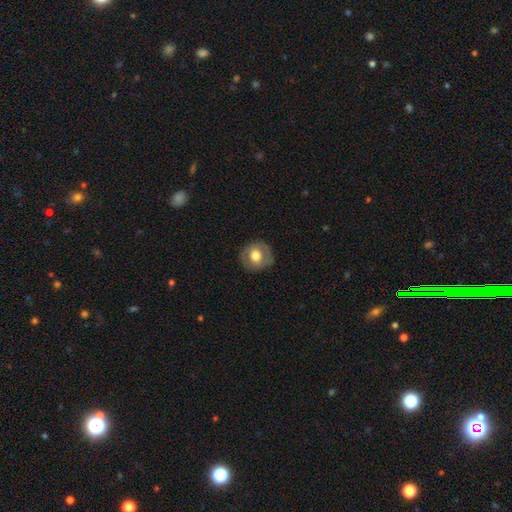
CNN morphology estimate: Overall: smooth (61%; featured or disk 32%). How rounded: round (86%). Merging: none (83%).